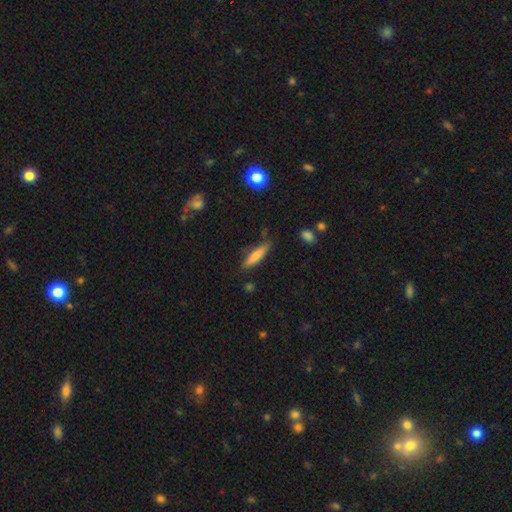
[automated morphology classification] This appears to be a smooth galaxy with no disk features (75%) that is cigar-shaped (74%). Merging: none (75%).